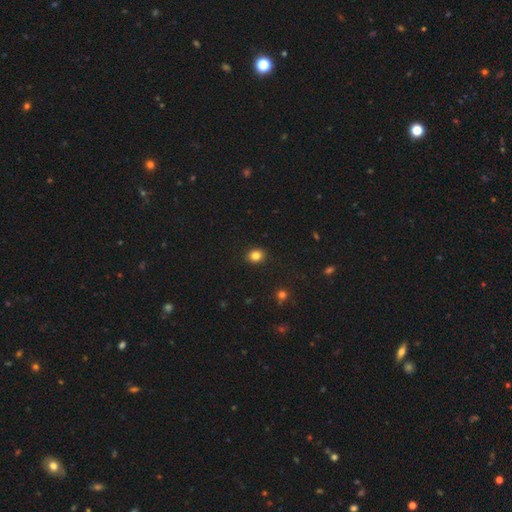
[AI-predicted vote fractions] Q: Smooth or featured?
A: smooth (83%); runner-up: star or artifact (12%)
Q: How rounded?
A: round (63%); runner-up: in between (36%)
Q: Merging?
A: none (91%); runner-up: minor disturbance (6%)